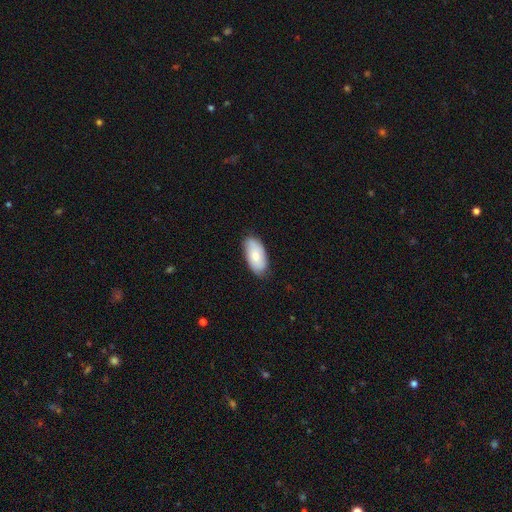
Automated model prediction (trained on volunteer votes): A smooth galaxy with no disk features (72%) that is in between round and cigar-shaped (94%).

Vote fractions:
- Smooth or featured? smooth: 72% / featured or disk: 22% / star or artifact: 6%
- How rounded? in between: 94% / cigar-shaped: 3% / round: 3%
- Merging? none: 80% / minor disturbance: 16% / major disturbance: 3% / merger: 1%